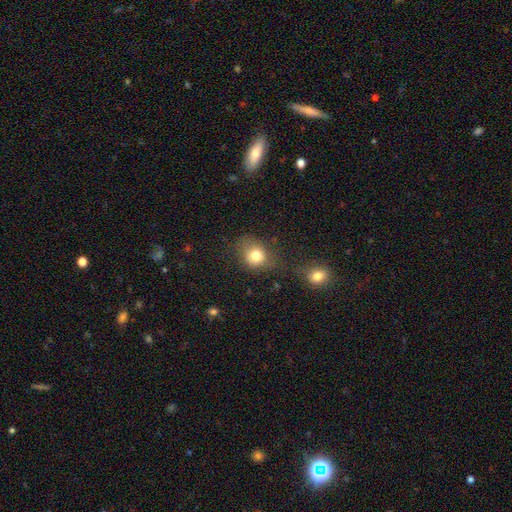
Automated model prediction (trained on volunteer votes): The model was most divided on "merging": none: 55%, minor disturbance: 25%, major disturbance: 13%, merger: 8%. More confident: smooth or featured — smooth (77%); how rounded — round (65%).